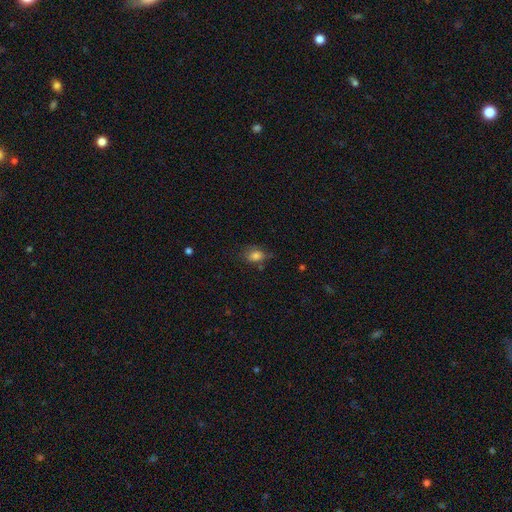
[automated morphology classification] type=smooth (80%); roundness=in between (73%); merging=none (63%).